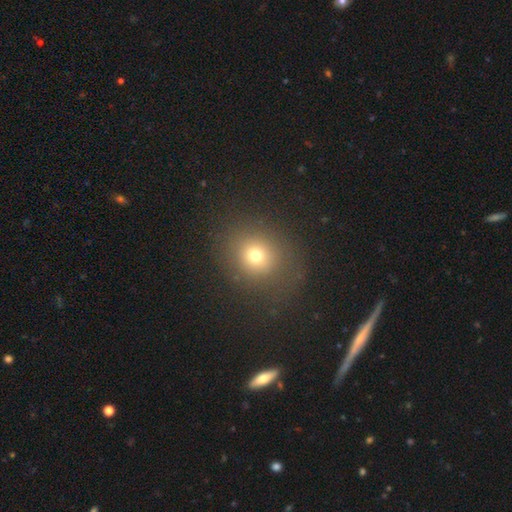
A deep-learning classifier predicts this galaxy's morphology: type=smooth (71%); roundness=round (79%); merging=none (80%).